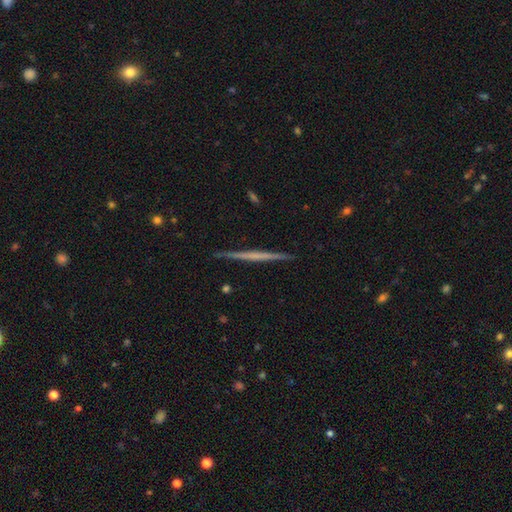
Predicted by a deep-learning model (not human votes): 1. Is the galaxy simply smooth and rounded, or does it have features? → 65% featured or disk, 30% smooth, 5% star or artifact.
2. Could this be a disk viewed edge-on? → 98% yes, 2% no.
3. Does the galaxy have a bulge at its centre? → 81% none, 13% rounded, 7% boxy.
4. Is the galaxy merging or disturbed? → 92% none, 6% minor disturbance, 1% major disturbance, 1% merger.